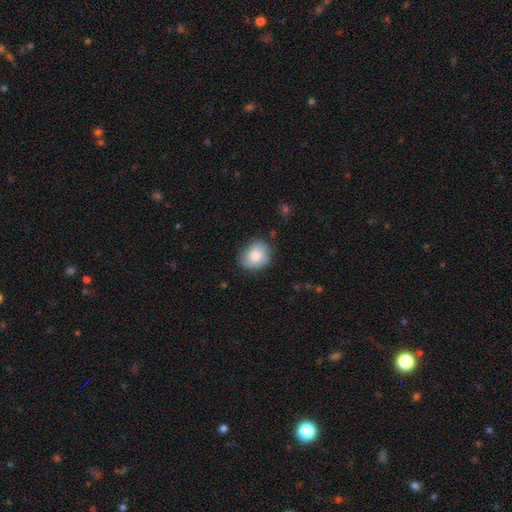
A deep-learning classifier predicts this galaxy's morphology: smooth-or-featured: smooth: 81% | featured or disk: 12% | star or artifact: 7%
  how-rounded: round: 54% | in between: 46% | cigar-shaped: 1%
  merging: none: 73% | minor disturbance: 21% | major disturbance: 5% | merger: 1%